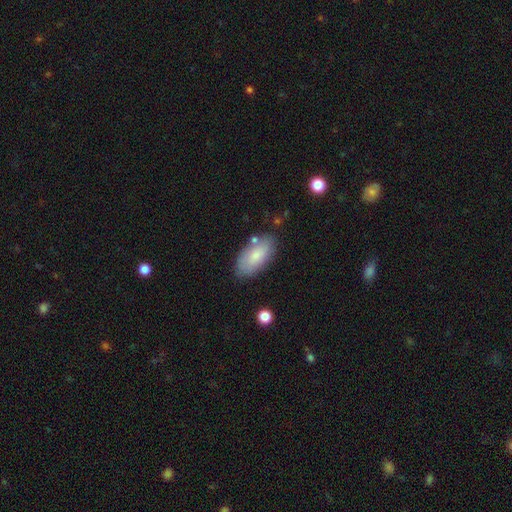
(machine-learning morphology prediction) Smooth or featured: smooth — 76% (featured or disk — 18%)
How rounded: in between — 92% (cigar-shaped — 5%)
Merging: none — 76% (minor disturbance — 16%)